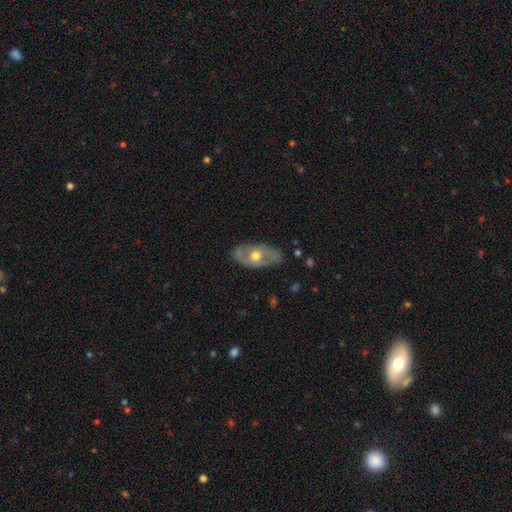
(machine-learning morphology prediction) The model was most divided on "smooth or featured": featured or disk: 55%, smooth: 39%, star or artifact: 5%. More confident: edge-on disk — no (82%); merging — none (75%).